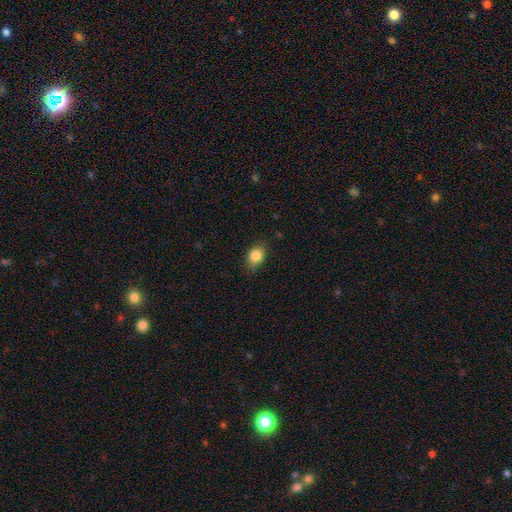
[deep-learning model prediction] Morphology: type=smooth (84%); roundness=in between (62%); merging=none (75%).